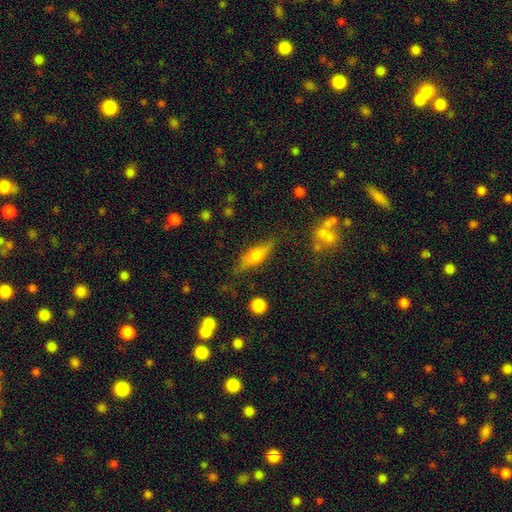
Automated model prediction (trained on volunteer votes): Q: Smooth or featured?
A: featured or disk (47%); runner-up: smooth (45%)
Q: Merging?
A: none (77%); runner-up: minor disturbance (16%)